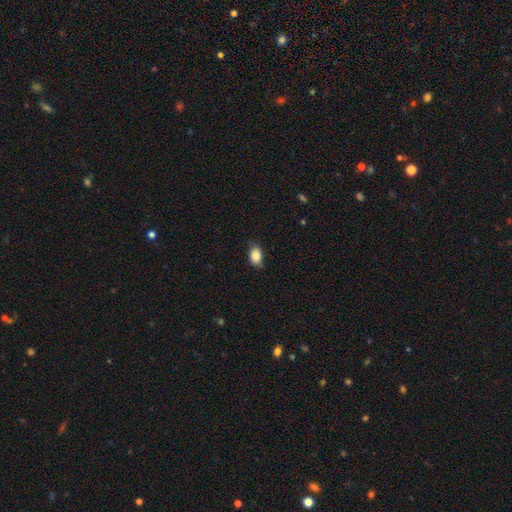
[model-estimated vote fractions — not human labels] Smooth or featured?
  - smooth: 86% *
  - star or artifact: 8%
  - featured or disk: 6%
How rounded?
  - in between: 87% *
  - round: 11%
  - cigar-shaped: 2%
Merging?
  - none: 77% *
  - minor disturbance: 18%
  - major disturbance: 3%
  - merger: 1%